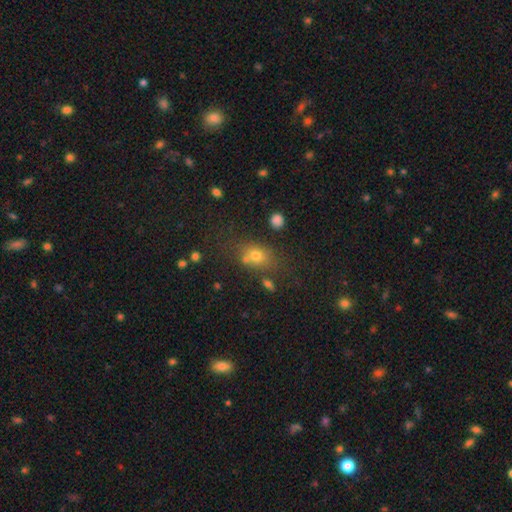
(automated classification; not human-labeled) smooth-or-featured: smooth: 68% | star or artifact: 18% | featured or disk: 14%
  how-rounded: in between: 51% | round: 45% | cigar-shaped: 3%
  merging: none: 61% | merger: 19% | minor disturbance: 14% | major disturbance: 6%